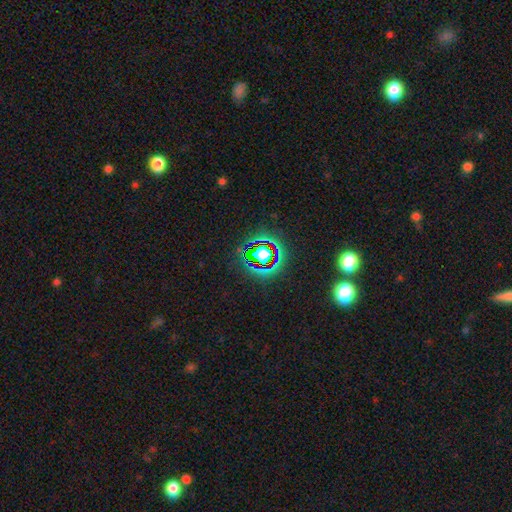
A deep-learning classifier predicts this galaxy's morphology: star or artifact 77%, smooth 14%, featured or disk 9%.